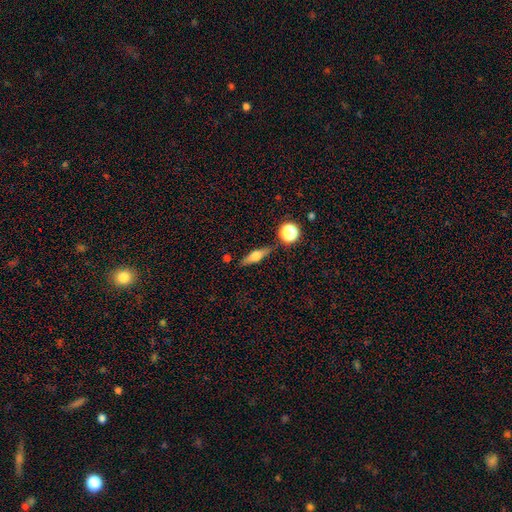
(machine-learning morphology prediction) Overall: smooth (47%; featured or disk 44%). Merging: none (83%).